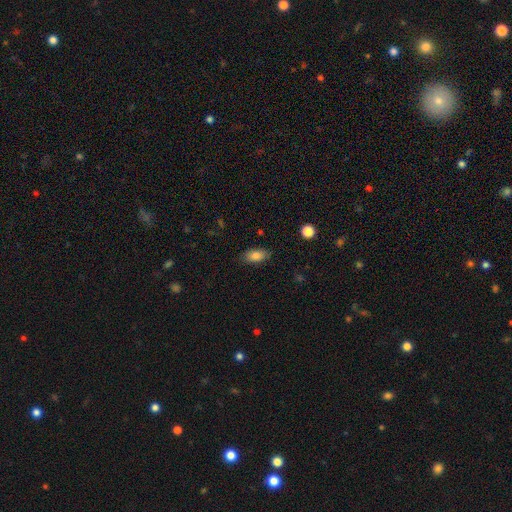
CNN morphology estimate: Smooth or featured?
  - smooth: 82% *
  - featured or disk: 10%
  - star or artifact: 8%
How rounded?
  - in between: 89% *
  - cigar-shaped: 6%
  - round: 4%
Merging?
  - none: 84% *
  - minor disturbance: 12%
  - major disturbance: 3%
  - merger: 1%